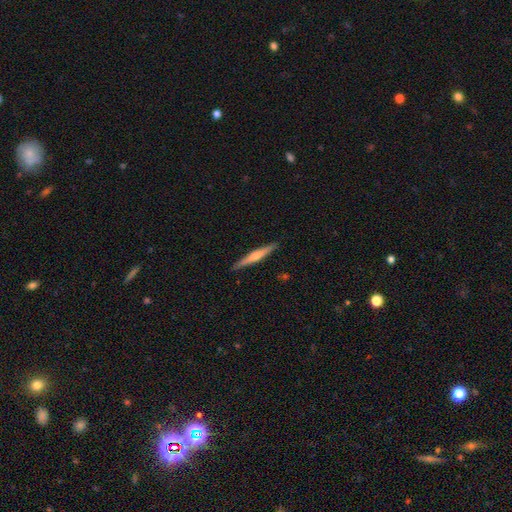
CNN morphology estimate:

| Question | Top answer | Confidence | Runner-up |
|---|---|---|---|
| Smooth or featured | featured or disk | 54% | smooth (41%) |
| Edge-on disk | yes | 97% | no (3%) |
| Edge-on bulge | rounded | 68% | none (21%) |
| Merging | none | 90% | minor disturbance (7%) |